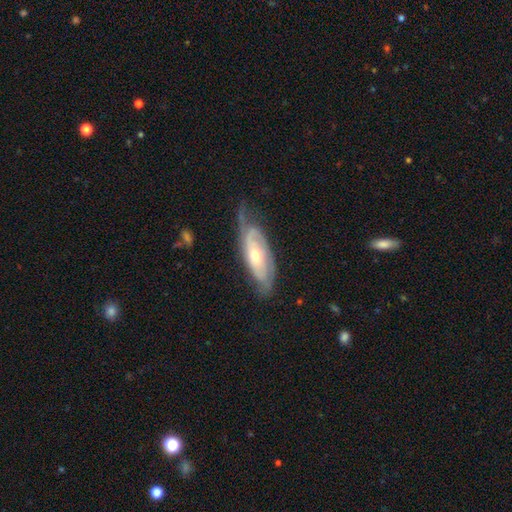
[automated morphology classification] smooth_or_featured: featured or disk (p=0.76) [alt: smooth p=0.19]
disk_edge_on: no (p=0.84) [alt: yes p=0.16]
bar: no (p=0.65) [alt: weak p=0.26]
has_spiral_arms: yes (p=0.89) [alt: no p=0.11]
spiral_winding: tight (p=0.52) [alt: medium p=0.33]
spiral_arm_count: 2 (p=0.47) [alt: can't tell p=0.30]
bulge_size: moderate (p=0.55) [alt: small p=0.40]
merging: none (p=0.57) [alt: minor disturbance p=0.28]